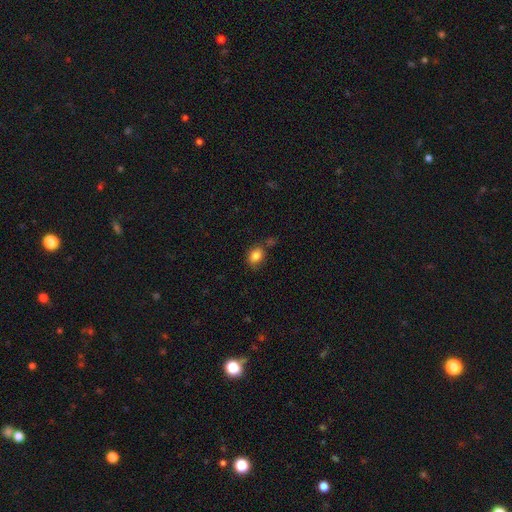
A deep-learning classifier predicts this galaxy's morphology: This is clearly a smooth galaxy (85%). How rounded: likely in between (63%). Merging: likely none (64%).